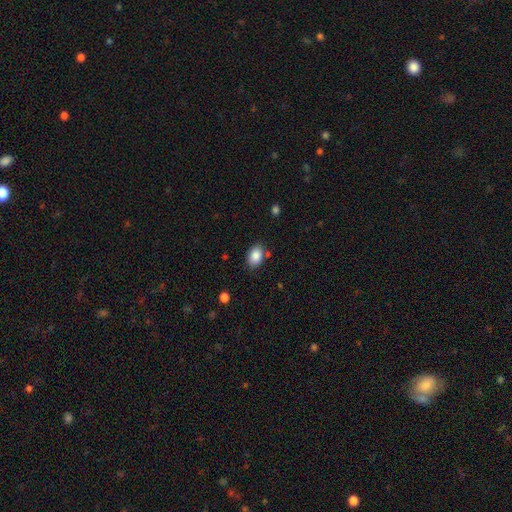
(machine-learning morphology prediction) A smooth galaxy with no disk features (87%) that is in between round and cigar-shaped (82%).

Vote fractions:
- Smooth or featured? smooth: 87% / star or artifact: 8% / featured or disk: 5%
- How rounded? in between: 82% / round: 17% / cigar-shaped: 1%
- Merging? none: 79% / minor disturbance: 13% / merger: 4% / major disturbance: 3%